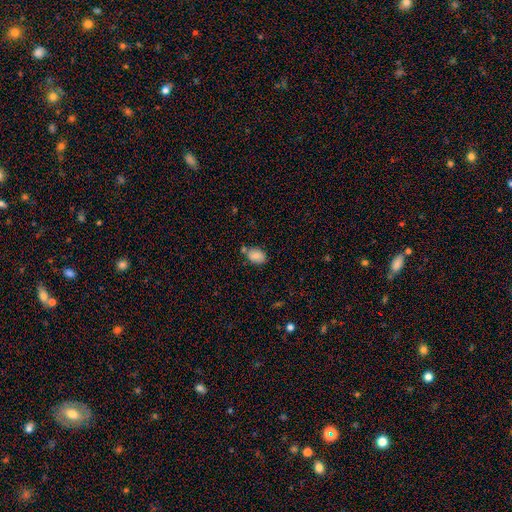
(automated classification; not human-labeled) Q: Smooth or featured?
A: smooth (83%); runner-up: featured or disk (9%)
Q: How rounded?
A: in between (79%); runner-up: round (20%)
Q: Merging?
A: none (64%); runner-up: minor disturbance (19%)